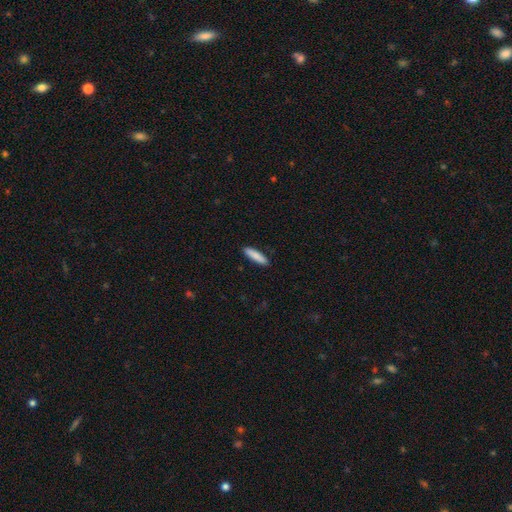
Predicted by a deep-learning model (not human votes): A smooth galaxy with no disk features (87%) that is cigar-shaped (76%).

Vote fractions:
- Smooth or featured? smooth: 87% / featured or disk: 7% / star or artifact: 5%
- How rounded? cigar-shaped: 76% / in between: 23% / round: 1%
- Merging? none: 90% / minor disturbance: 7% / major disturbance: 2% / merger: 1%